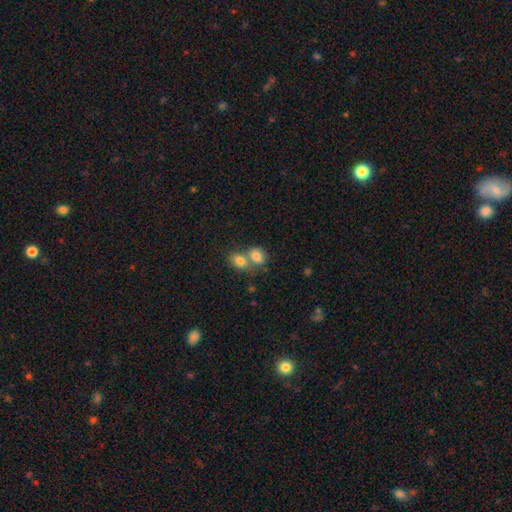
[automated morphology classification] Smooth or featured?
  - smooth: 79% *
  - featured or disk: 11%
  - star or artifact: 10%
How rounded?
  - in between: 54% *
  - round: 45%
  - cigar-shaped: 1%
Merging?
  - merger: 60% *
  - none: 30%
  - minor disturbance: 7%
  - major disturbance: 3%